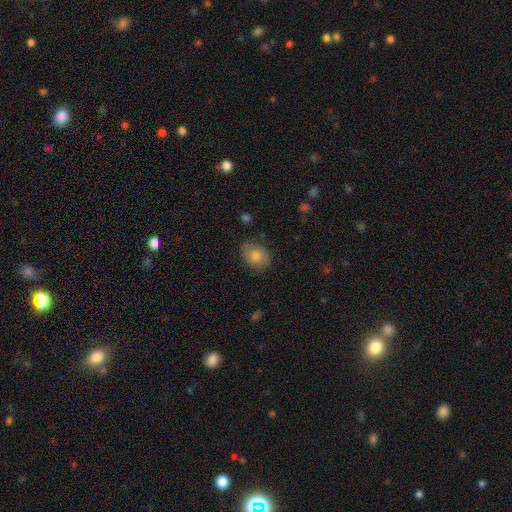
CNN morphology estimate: Smooth or featured? smooth (74%)
How rounded? round (59%)
Merging? none (76%)